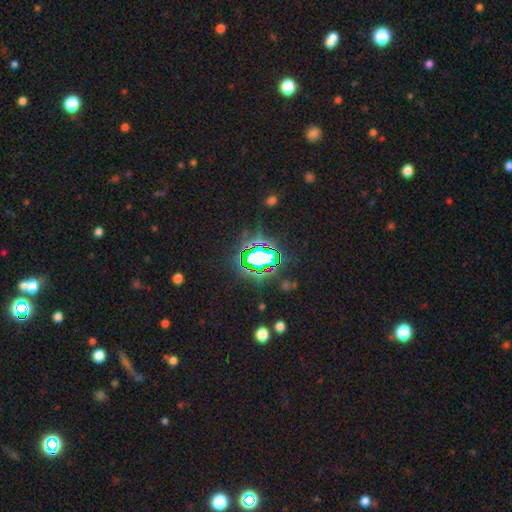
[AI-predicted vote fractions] This appears to be a star or artifact, not a galaxy (78%).